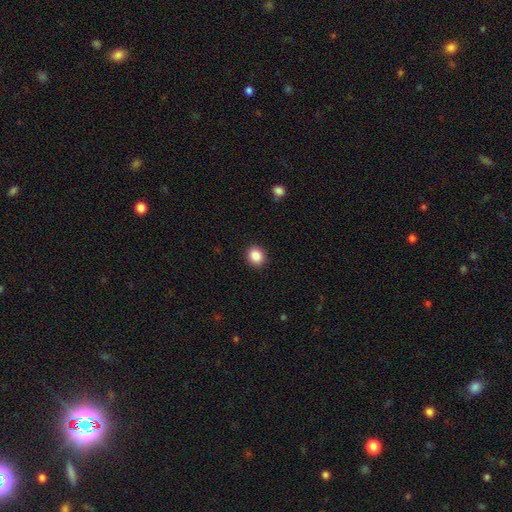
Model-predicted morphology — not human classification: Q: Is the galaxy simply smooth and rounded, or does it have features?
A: smooth — 87%.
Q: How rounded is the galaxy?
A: round — 74%.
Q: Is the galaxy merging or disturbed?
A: none — 91%.